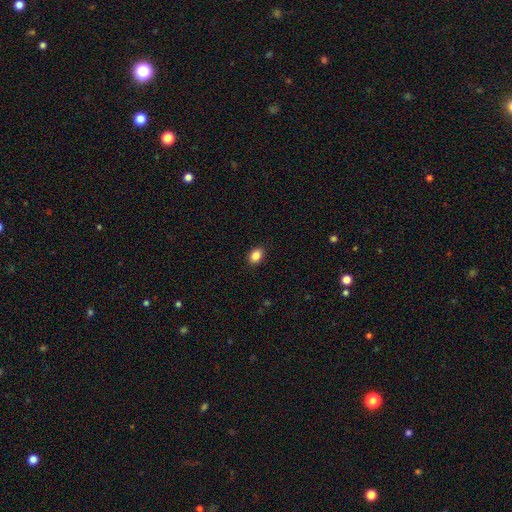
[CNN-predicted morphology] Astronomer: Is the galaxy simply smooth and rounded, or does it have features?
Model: smooth — 86%.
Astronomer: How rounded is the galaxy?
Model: in between — 77%.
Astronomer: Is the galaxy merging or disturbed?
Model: none — 89%.